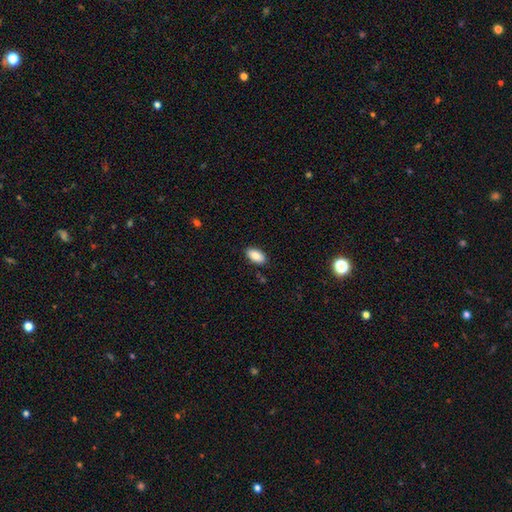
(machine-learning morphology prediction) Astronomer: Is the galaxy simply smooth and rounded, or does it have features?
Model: smooth — 87%.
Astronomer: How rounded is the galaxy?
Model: in between — 93%.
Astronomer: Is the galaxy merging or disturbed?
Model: none — 87%.